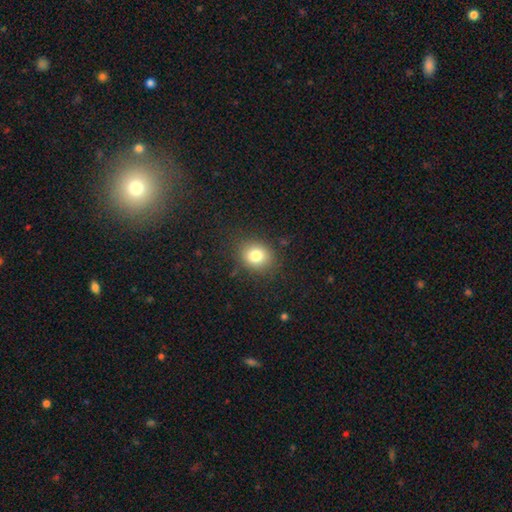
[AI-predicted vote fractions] Q: Smooth or featured?
A: smooth (80%); runner-up: star or artifact (11%)
Q: How rounded?
A: round (64%); runner-up: in between (35%)
Q: Merging?
A: none (85%); runner-up: minor disturbance (10%)